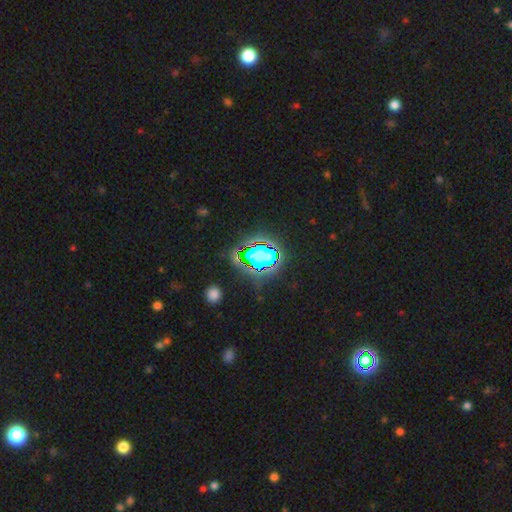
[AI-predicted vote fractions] This appears to be a star or artifact, not a galaxy (66%).